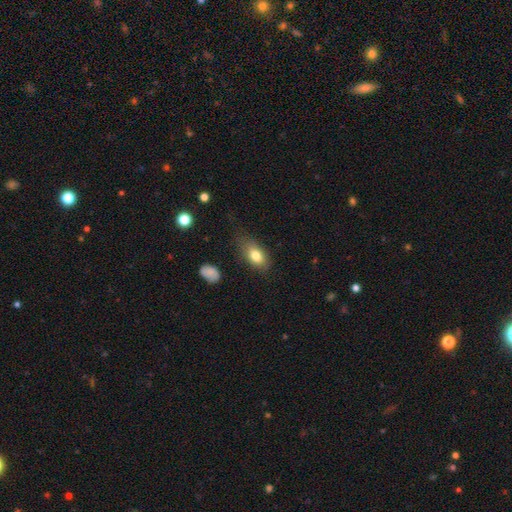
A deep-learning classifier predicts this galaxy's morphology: This is likely a smooth galaxy (78%). How rounded: clearly in between (85%). Merging: likely none (64%).